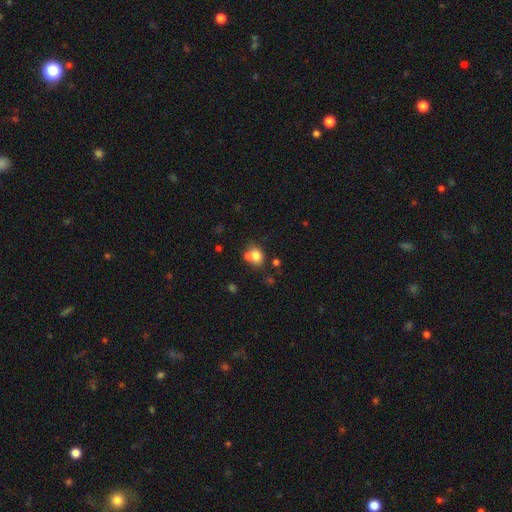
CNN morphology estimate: Overall: smooth (76%). How rounded: in between (50%; round 49%). Merging: none (47%; merger 36%).